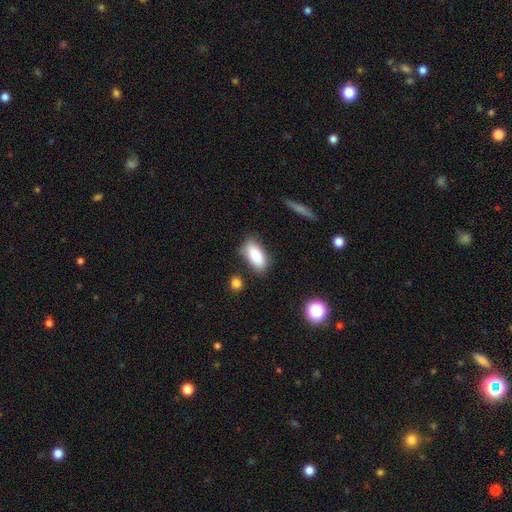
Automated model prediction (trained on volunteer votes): This appears to be a smooth galaxy with no disk features (85%) that is in between round and cigar-shaped (88%). Merging: none (76%).